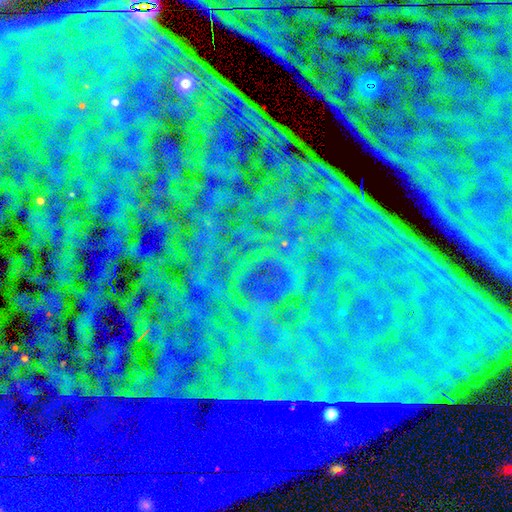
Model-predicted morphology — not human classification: The model was most divided on "smooth or featured": star or artifact: 88%, featured or disk: 6%, smooth: 6%.